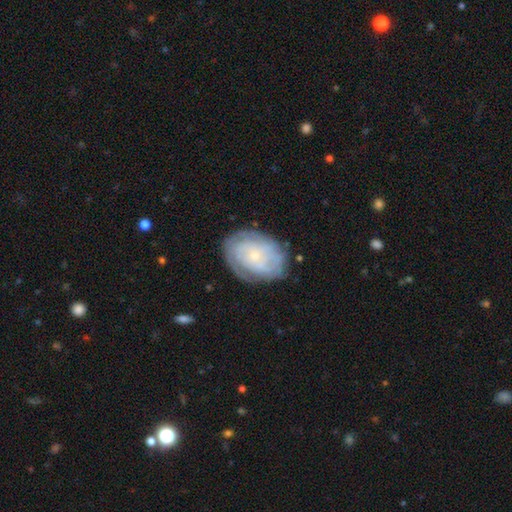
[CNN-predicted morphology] smooth-or-featured: featured or disk: 70% | smooth: 23% | star or artifact: 7%
  disk-edge-on: no: 97% | yes: 3%
    bar: no: 81% | weak: 16% | strong: 3%
    has-spiral-arms: yes: 85% | no: 15%
      spiral-winding: tight: 73% | medium: 21% | loose: 7%
      spiral-arm-count: can't tell: 53% | 2: 15% | 3: 12% | 4: 9% | more than 4: 6% | 1: 5%
    bulge-size: small: 80% | moderate: 15% | none: 3% | large: 1% | dominant: 1%
  merging: none: 75% | minor disturbance: 18% | major disturbance: 6% | merger: 1%